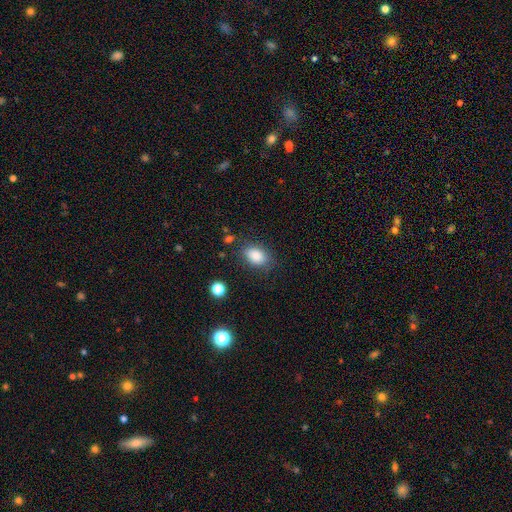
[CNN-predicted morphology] Q: Smooth or featured?
A: smooth (86%); runner-up: star or artifact (9%)
Q: How rounded?
A: in between (83%); runner-up: round (16%)
Q: Merging?
A: none (78%); runner-up: minor disturbance (15%)